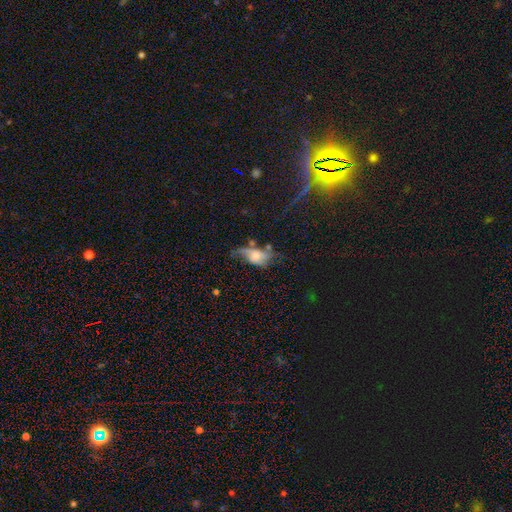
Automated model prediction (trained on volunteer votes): Smooth or featured? Predicted: featured or disk (p=0.46). Merging? Predicted: major disturbance (p=0.37).